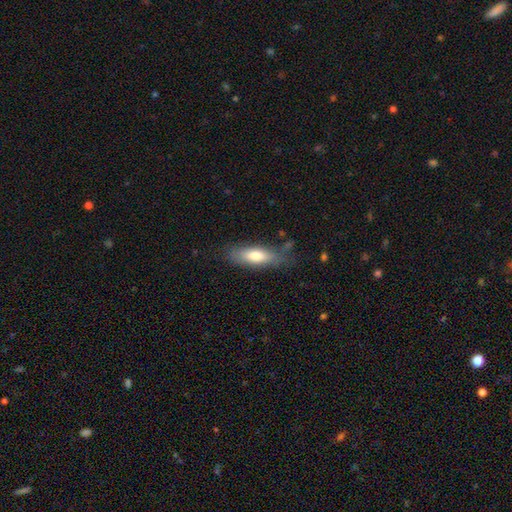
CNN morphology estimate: smooth 73%, featured or disk 21%, star or artifact 6%. Down the decision tree: how rounded — in between (56%); merging — none (72%).